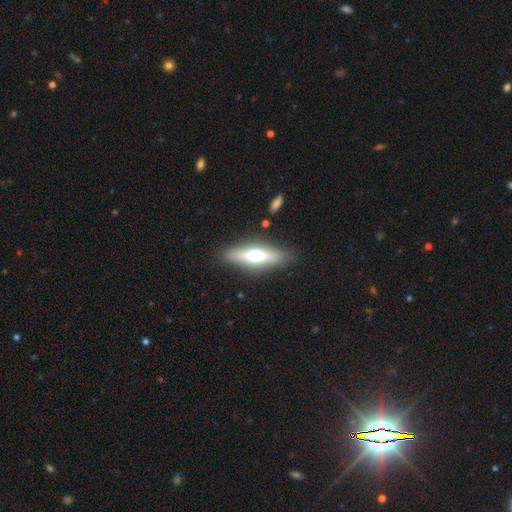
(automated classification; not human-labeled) Smooth or featured? featured or disk (49%)
Merging? none (85%)